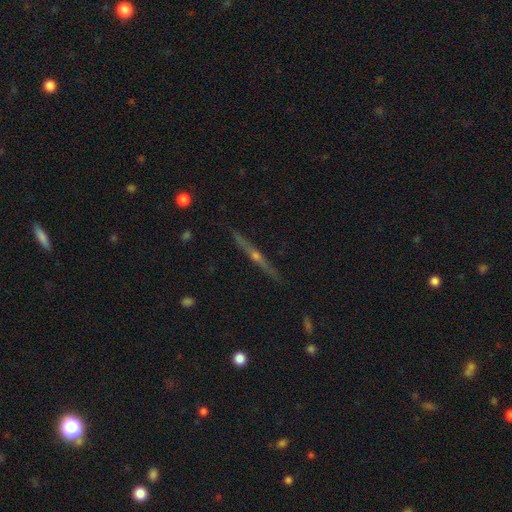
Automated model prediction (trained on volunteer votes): The model was most divided on "smooth or featured": featured or disk: 82%, smooth: 11%, star or artifact: 7%. More confident: edge-on disk — yes (98%); merging — none (91%); edge-on bulge — rounded (90%).